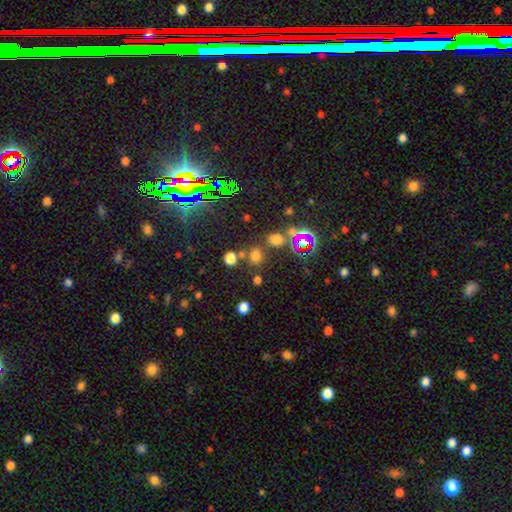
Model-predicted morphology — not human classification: smooth-or-featured: smooth: 64% | star or artifact: 29% | featured or disk: 7%
  how-rounded: round: 76% | in between: 23% | cigar-shaped: 1%
  merging: none: 70% | merger: 15% | minor disturbance: 10% | major disturbance: 5%